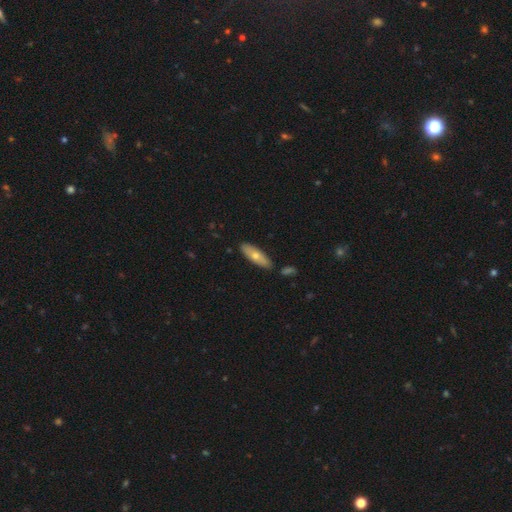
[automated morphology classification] Q: Smooth or featured?
A: smooth (65%); runner-up: featured or disk (29%)
Q: How rounded?
A: in between (53%); runner-up: cigar-shaped (45%)
Q: Merging?
A: none (83%); runner-up: minor disturbance (11%)